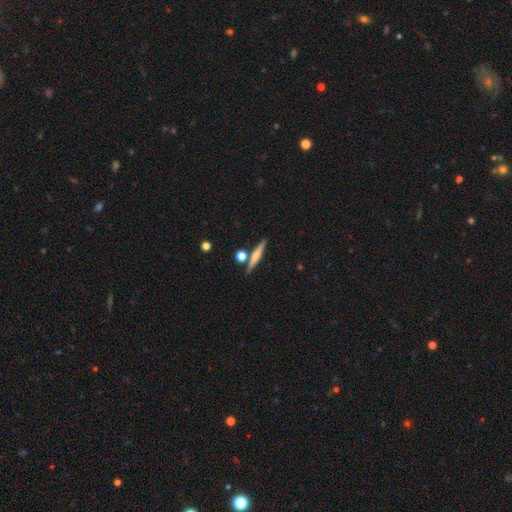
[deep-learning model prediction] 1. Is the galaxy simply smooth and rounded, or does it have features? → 49% smooth, 43% featured or disk, 7% star or artifact.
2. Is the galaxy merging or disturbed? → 79% none, 10% merger, 9% minor disturbance, 2% major disturbance.